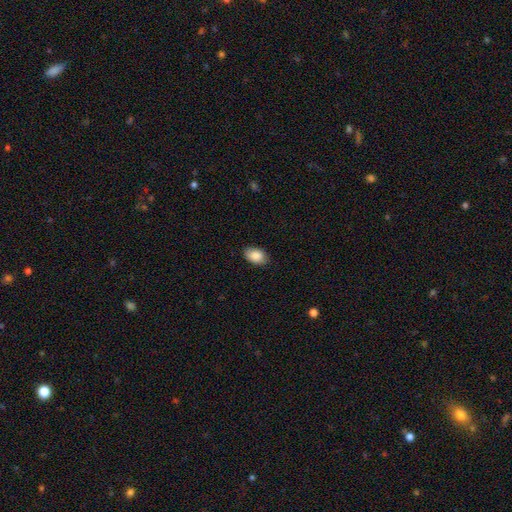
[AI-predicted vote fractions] smooth_or_featured: smooth (p=0.87) [alt: star or artifact p=0.07]
how_rounded: in between (p=0.89) [alt: round p=0.09]
merging: none (p=0.85) [alt: minor disturbance p=0.12]